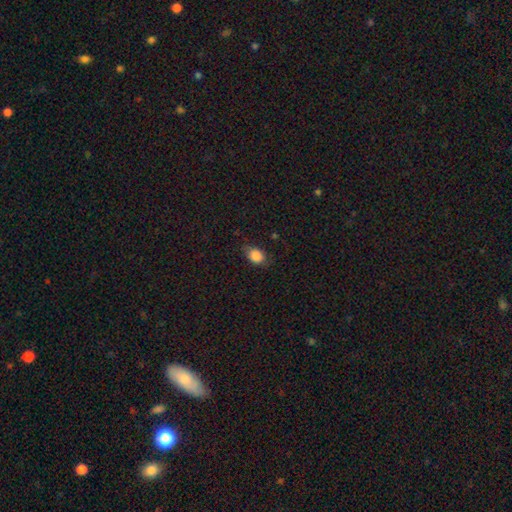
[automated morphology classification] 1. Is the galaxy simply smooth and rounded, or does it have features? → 86% smooth, 9% star or artifact, 5% featured or disk.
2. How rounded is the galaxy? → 65% in between, 33% round, 2% cigar-shaped.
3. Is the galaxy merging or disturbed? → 68% none, 25% minor disturbance, 6% major disturbance, 1% merger.